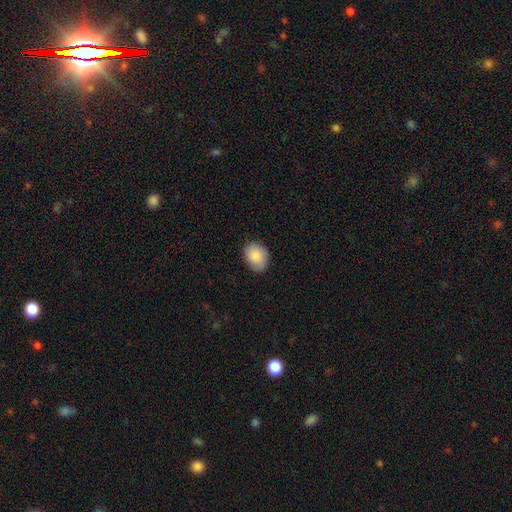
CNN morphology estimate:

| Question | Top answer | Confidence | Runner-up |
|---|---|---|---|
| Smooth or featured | smooth | 86% | featured or disk (7%) |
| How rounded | in between | 56% | round (44%) |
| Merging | none | 80% | minor disturbance (16%) |